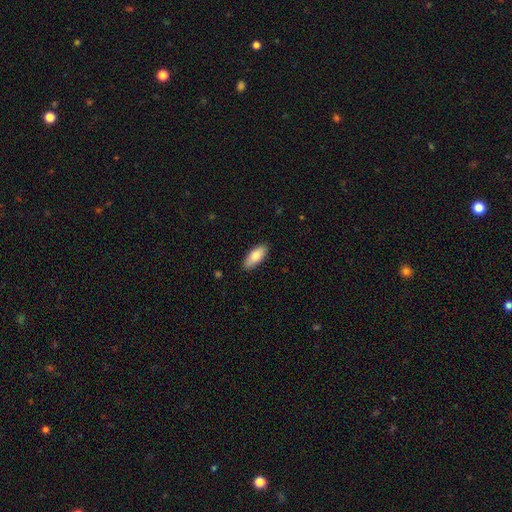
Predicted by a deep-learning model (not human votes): smooth_or_featured: smooth (p=0.84) [alt: featured or disk p=0.10]
how_rounded: in between (p=0.84) [alt: cigar-shaped p=0.14]
merging: none (p=0.87) [alt: minor disturbance p=0.10]